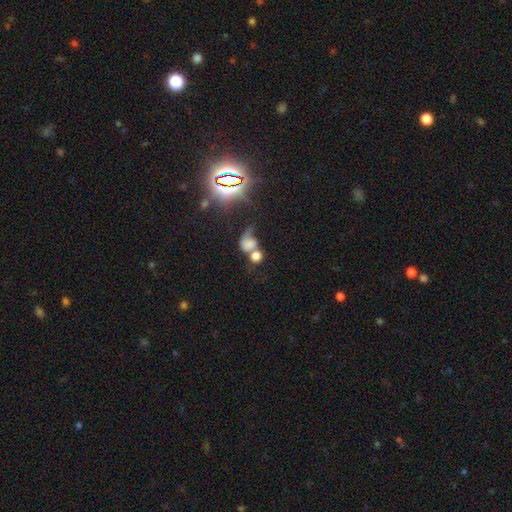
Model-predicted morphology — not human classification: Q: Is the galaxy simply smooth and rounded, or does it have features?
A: smooth — 64%.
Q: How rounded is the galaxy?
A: round — 64%.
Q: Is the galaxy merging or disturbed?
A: merger — 55%.